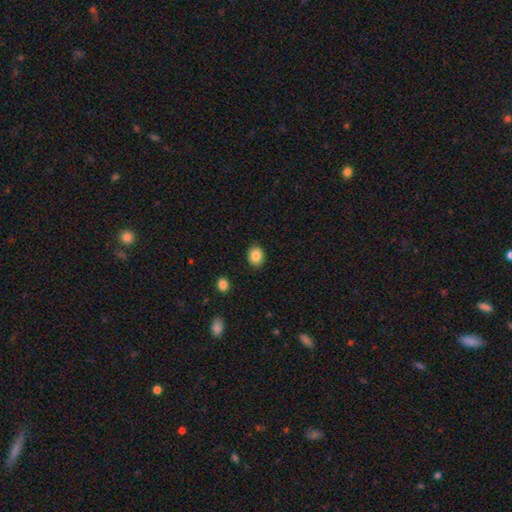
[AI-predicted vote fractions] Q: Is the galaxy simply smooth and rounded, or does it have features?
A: smooth — 85%.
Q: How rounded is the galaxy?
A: in between — 51%.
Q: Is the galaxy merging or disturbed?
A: none — 89%.